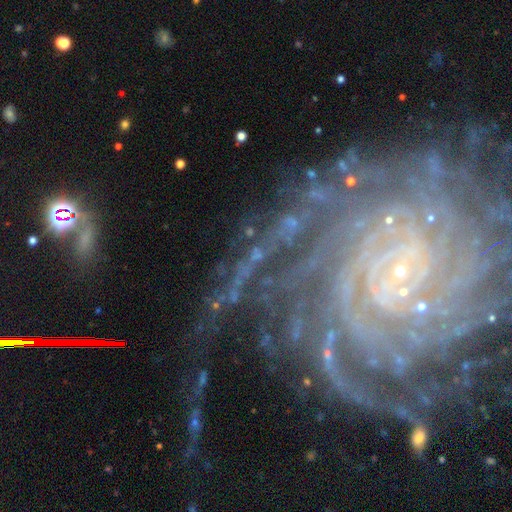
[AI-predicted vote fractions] A featured or disk galaxy (62%) with no bar (38%), tight (65%) spiral arms (92%) and a small central bulge (60%).

Vote fractions:
- Smooth or featured? featured or disk: 62% / star or artifact: 27% / smooth: 11%
- Edge-on disk? no: 90% / yes: 10%
- Bar? no: 38% / strong: 33% / weak: 28%
- Spiral arms? yes: 92% / no: 8%
- Spiral winding? tight: 65% / medium: 26% / loose: 9%
- Spiral arm count? can't tell: 28% / 2: 20% / 3: 16% / more than 4: 13% / 4: 12% / 1: 11%
- Bulge size? small: 60% / moderate: 24% / none: 8% / large: 5% / dominant: 3%
- Merging? none: 69% / minor disturbance: 16% / major disturbance: 10% / merger: 4%